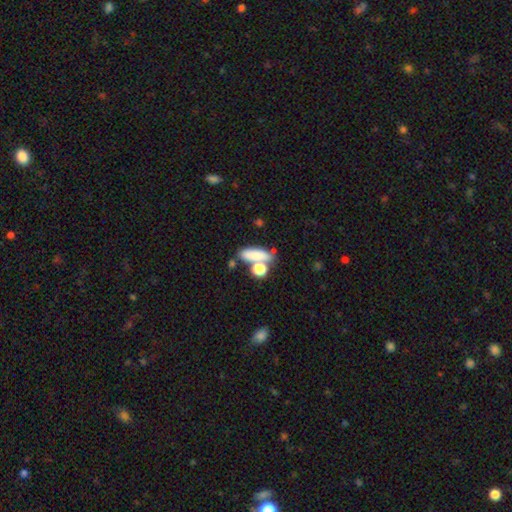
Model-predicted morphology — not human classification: smooth-or-featured: smooth: 79% | featured or disk: 11% | star or artifact: 10%
  how-rounded: in between: 55% | cigar-shaped: 33% | round: 13%
  merging: none: 55% | merger: 27% | minor disturbance: 12% | major disturbance: 6%